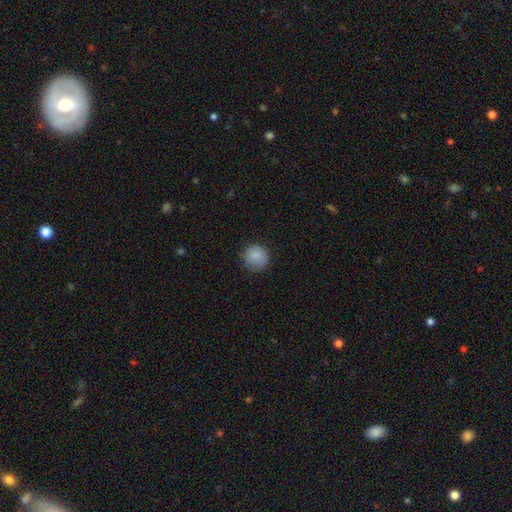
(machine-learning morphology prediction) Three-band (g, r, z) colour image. It shows a smooth galaxy with no disk features (87%) that is round (92%). Merging: none (85%).